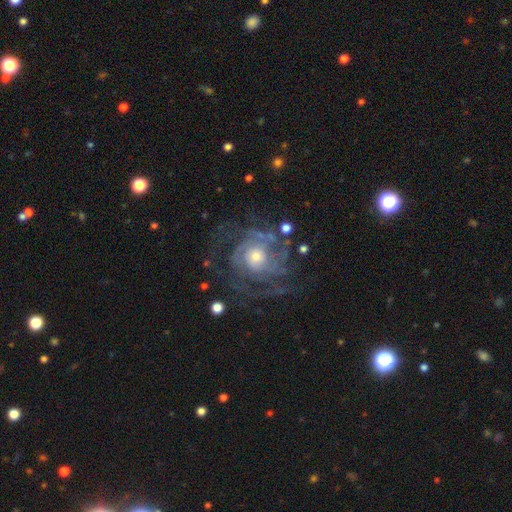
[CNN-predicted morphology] This appears to be a featured or disk galaxy (85%) with no bar (77%), tight (61%) spiral arms (93%) and a moderate central bulge (53%). Merging: none (68%).